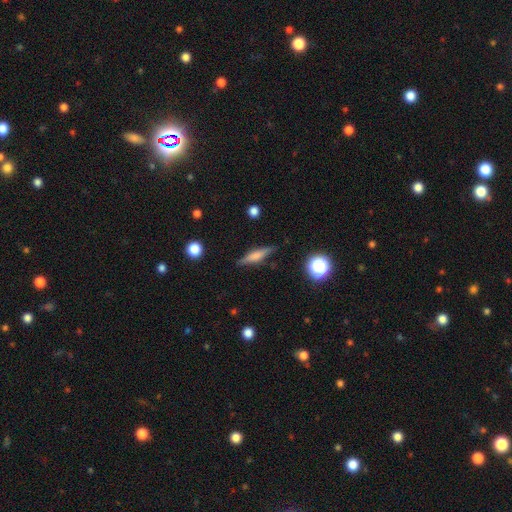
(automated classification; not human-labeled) smooth-or-featured: featured or disk: 49% | smooth: 43% | star or artifact: 9%
  merging: none: 86% | minor disturbance: 10% | major disturbance: 2% | merger: 1%